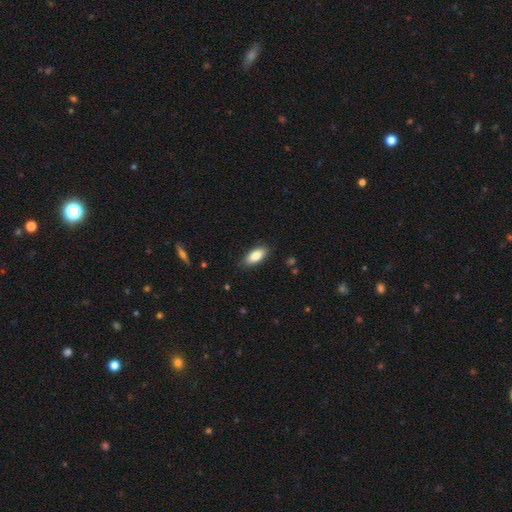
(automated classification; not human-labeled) The model was most divided on "how rounded": in between: 84%, cigar-shaped: 14%, round: 2%. More confident: merging — none (86%); smooth or featured — smooth (84%).